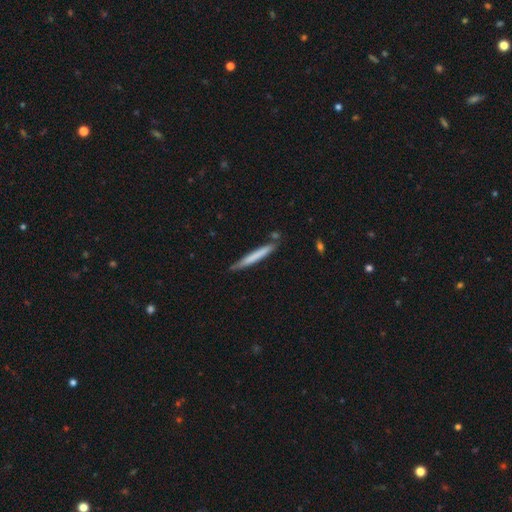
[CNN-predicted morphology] smooth_or_featured: smooth (p=0.68) [alt: featured or disk p=0.27]
how_rounded: cigar-shaped (p=0.96) [alt: in between p=0.03]
merging: none (p=0.81) [alt: minor disturbance p=0.14]